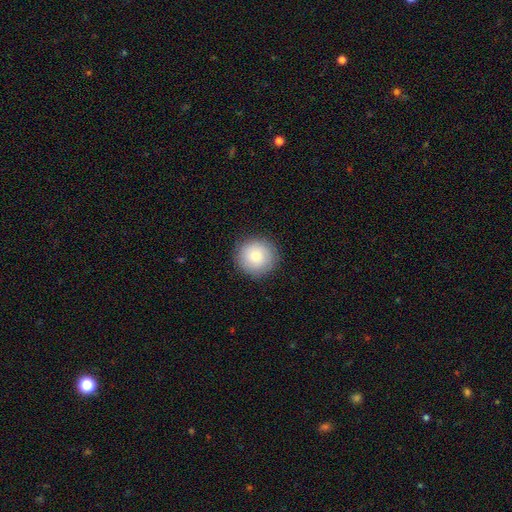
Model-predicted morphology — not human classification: Q: Smooth or featured?
A: smooth (79%); runner-up: featured or disk (12%)
Q: How rounded?
A: round (95%); runner-up: in between (5%)
Q: Merging?
A: none (89%); runner-up: minor disturbance (8%)